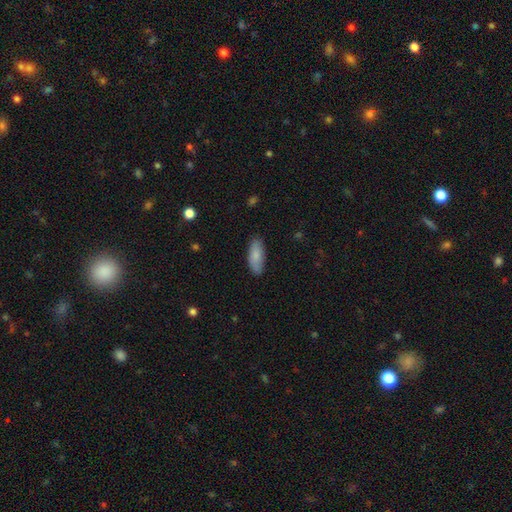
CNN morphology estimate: This appears to be a smooth galaxy with no disk features (84%) that is in between round and cigar-shaped (78%). Merging: none (86%).